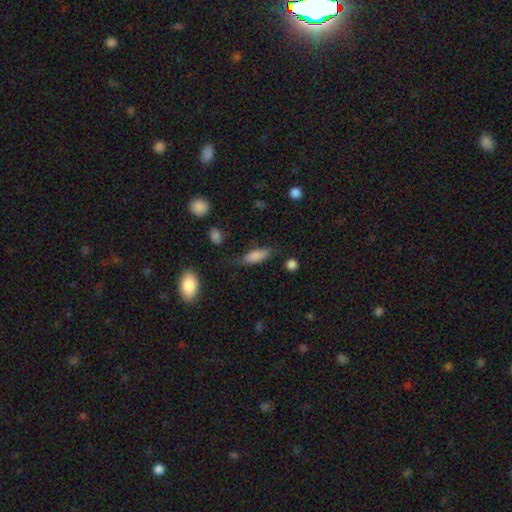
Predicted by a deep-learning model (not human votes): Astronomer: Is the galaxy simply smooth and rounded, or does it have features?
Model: smooth — 81%.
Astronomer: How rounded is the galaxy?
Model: in between — 63%.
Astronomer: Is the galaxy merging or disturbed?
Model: none — 60%.